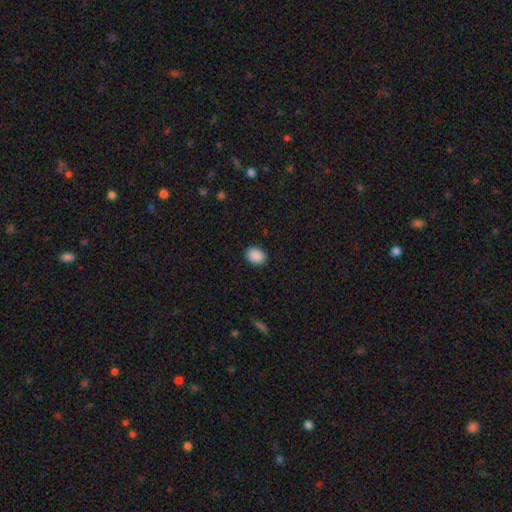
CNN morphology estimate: Smooth or featured? smooth (90%)
How rounded? in between (62%)
Merging? none (90%)